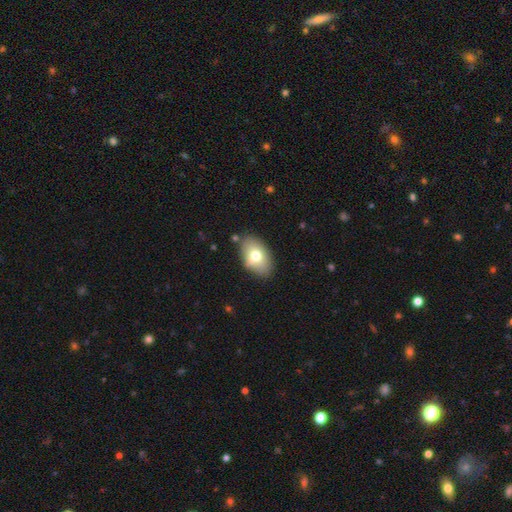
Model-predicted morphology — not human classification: Smooth or featured? Predicted: smooth (p=0.72). How rounded? Predicted: in between (p=0.89). Merging? Predicted: none (p=0.80).